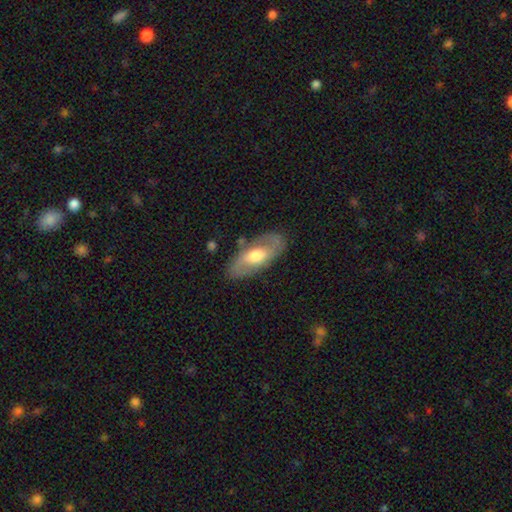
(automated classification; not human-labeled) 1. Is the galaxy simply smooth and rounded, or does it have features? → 54% featured or disk, 40% smooth, 6% star or artifact.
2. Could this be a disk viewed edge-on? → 86% no, 14% yes.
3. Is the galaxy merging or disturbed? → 79% none, 15% minor disturbance, 5% major disturbance, 2% merger.